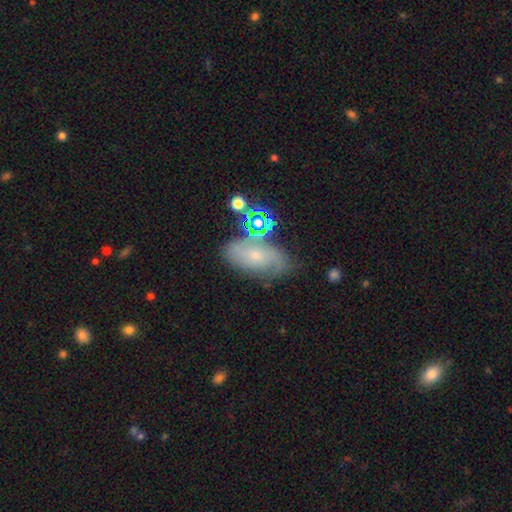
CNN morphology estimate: This is possibly a featured or disk galaxy (46%). Merging: possibly none (57%).